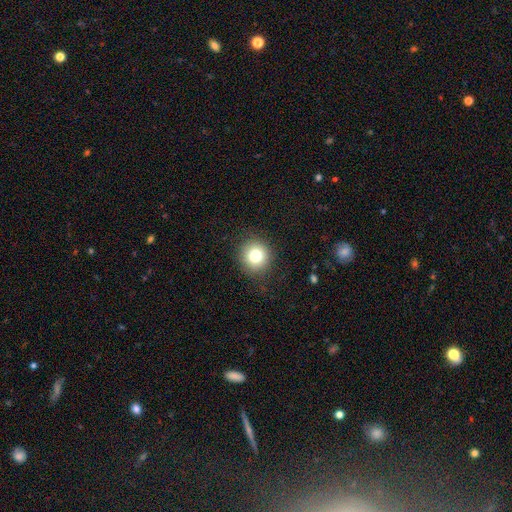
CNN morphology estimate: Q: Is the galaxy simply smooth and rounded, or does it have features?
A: smooth — 79%.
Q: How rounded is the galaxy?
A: round — 91%.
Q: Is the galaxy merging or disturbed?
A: none — 89%.